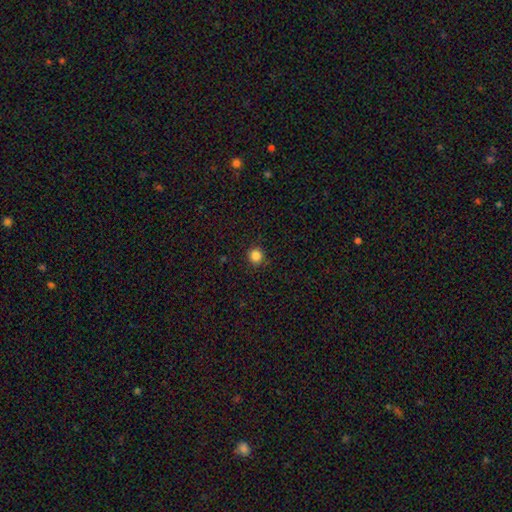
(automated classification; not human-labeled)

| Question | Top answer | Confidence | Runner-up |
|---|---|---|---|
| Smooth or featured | smooth | 85% | star or artifact (12%) |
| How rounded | round | 93% | in between (6%) |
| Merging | none | 91% | minor disturbance (6%) |